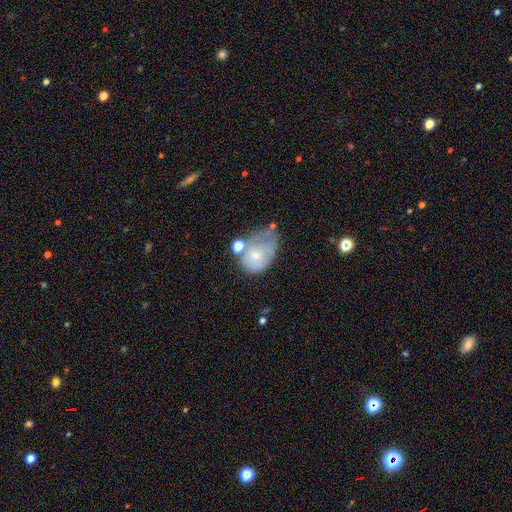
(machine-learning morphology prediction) Smooth or featured? smooth (60%)
How rounded? in between (71%)
Merging? minor disturbance (30%)